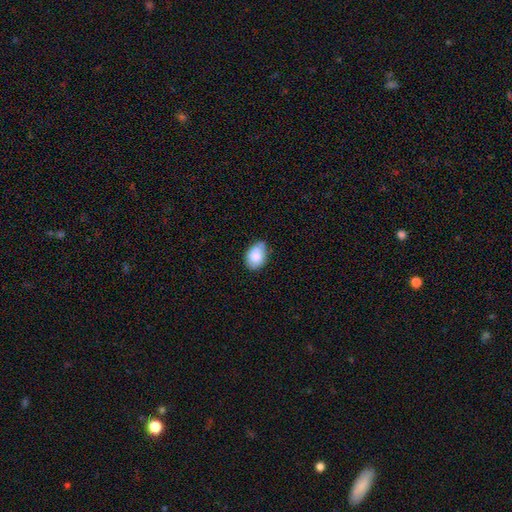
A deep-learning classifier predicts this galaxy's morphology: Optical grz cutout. It shows a smooth galaxy with no disk features (81%) that is in between round and cigar-shaped (80%). Merging: none (57%).